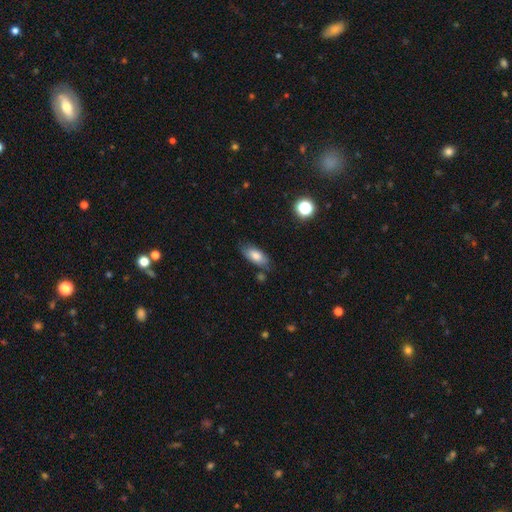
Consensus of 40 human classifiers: smooth_or_featured: smooth (p=0.93) [alt: featured or disk p=0.07]
how_rounded: in between (p=0.89) [alt: cigar-shaped p=0.08]
merging: none (p=0.80) [alt: minor disturbance p=0.20]